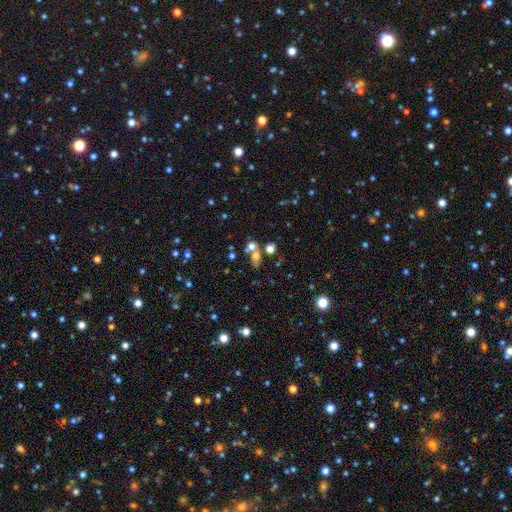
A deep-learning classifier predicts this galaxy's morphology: smooth_or_featured: smooth (p=0.57) [alt: star or artifact p=0.23]
how_rounded: in between (p=0.55) [alt: round p=0.41]
merging: none (p=0.44) [alt: merger p=0.39]